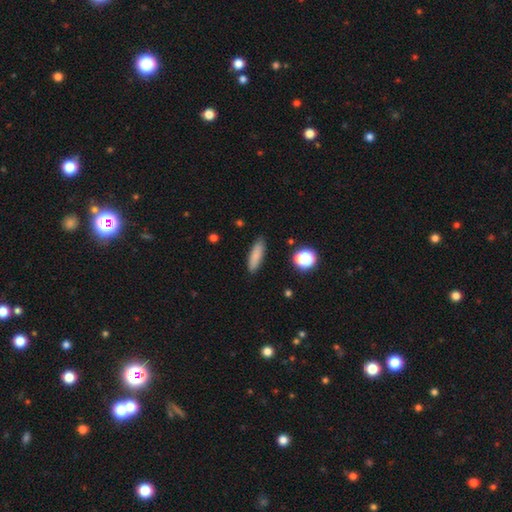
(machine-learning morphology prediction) smooth_or_featured: smooth (p=0.81) [alt: featured or disk p=0.10]
how_rounded: cigar-shaped (p=0.61) [alt: in between p=0.37]
merging: none (p=0.86) [alt: minor disturbance p=0.10]